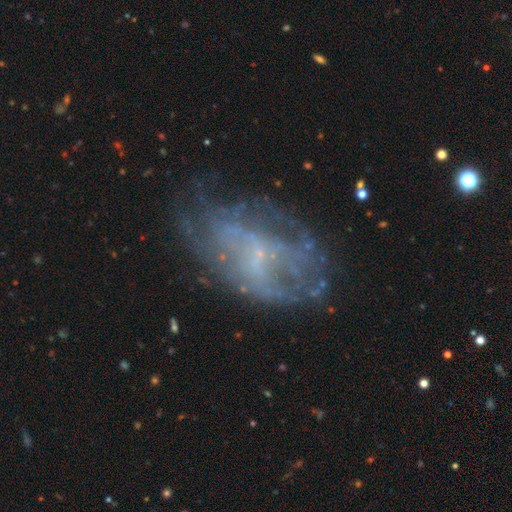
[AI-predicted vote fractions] This is likely a featured or disk galaxy (67%). It is clearly not viewed edge-on (96%). Bar: possibly no (60%). Spiral arm pattern: possibly yes (53%). Central bulge: possibly small (58%). Merging: possibly none (54%).